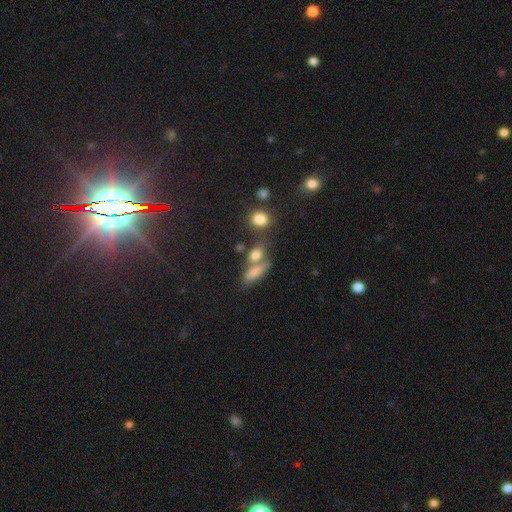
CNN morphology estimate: This appears to be a smooth galaxy with no disk features (71%) that is in between round and cigar-shaped (52%). Merging: none (48%).